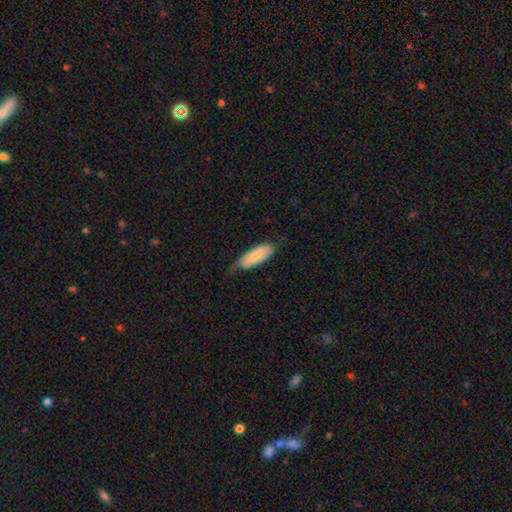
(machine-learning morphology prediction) The model was most divided on "merging": none: 54%, minor disturbance: 35%, major disturbance: 10%, merger: 2%. More confident: how rounded — in between (74%); smooth or featured — smooth (73%).